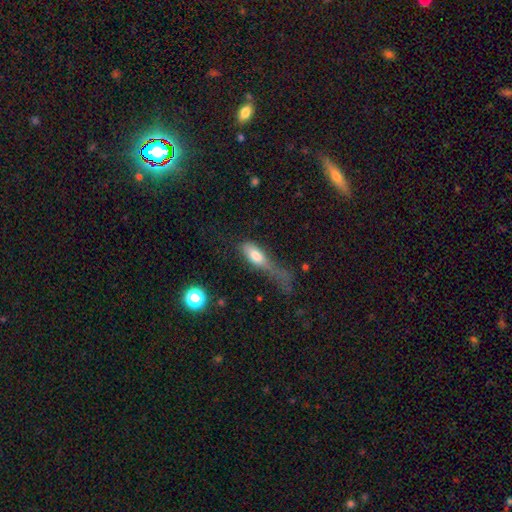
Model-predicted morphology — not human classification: This is likely a smooth galaxy (71%). How rounded: likely in between (69%). Merging: possibly major disturbance (53%).